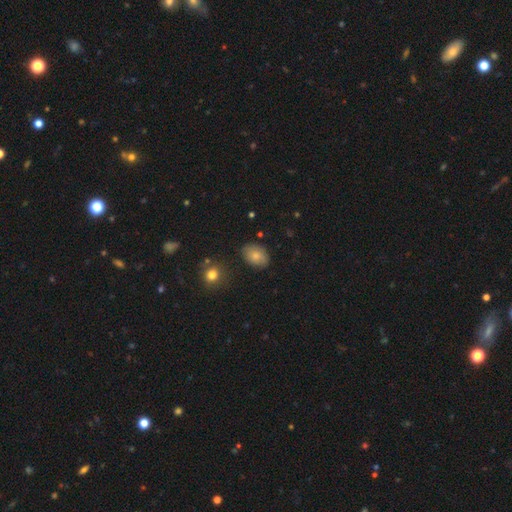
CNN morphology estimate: type=smooth (78%); roundness=in between (76%); merging=none (80%).